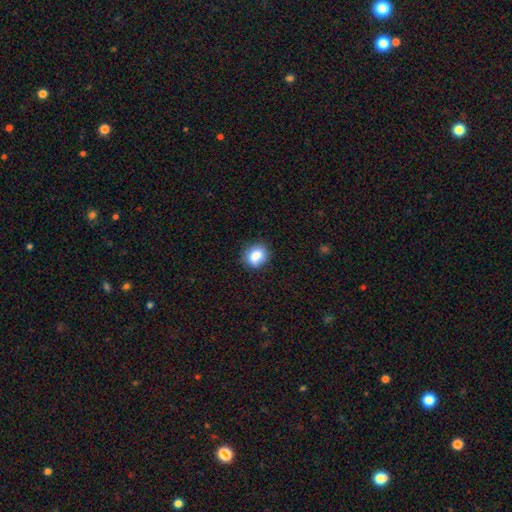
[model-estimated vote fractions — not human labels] This is clearly a smooth galaxy (84%). How rounded: possibly round (56%). Merging: clearly none (82%).